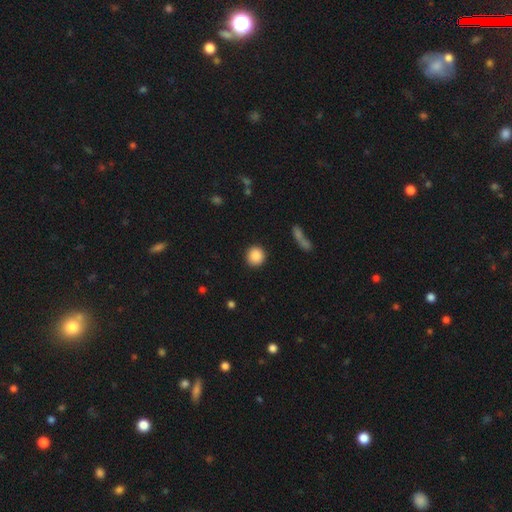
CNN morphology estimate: This is clearly a smooth galaxy (89%). How rounded: clearly round (91%). Merging: clearly none (90%).